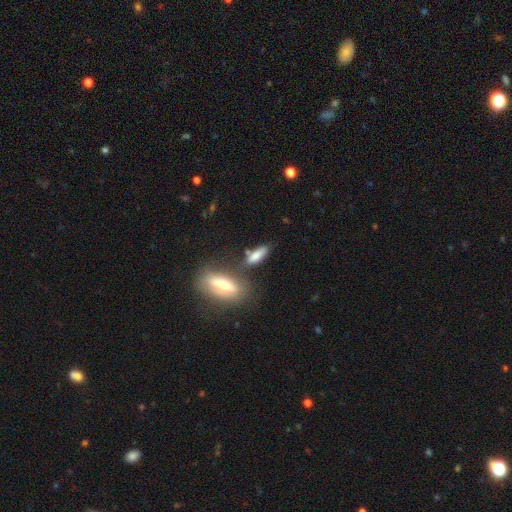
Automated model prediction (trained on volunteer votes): Smooth or featured? smooth (75%)
How rounded? in between (55%)
Merging? none (59%)